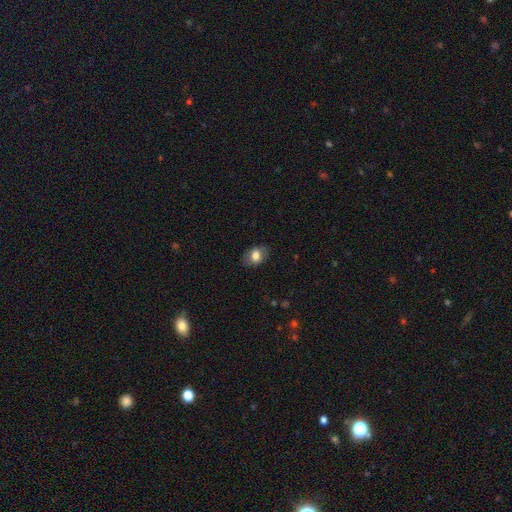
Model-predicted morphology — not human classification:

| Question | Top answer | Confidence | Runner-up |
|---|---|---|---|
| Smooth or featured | smooth | 73% | featured or disk (19%) |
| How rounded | in between | 81% | round (17%) |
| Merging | none | 81% | minor disturbance (14%) |